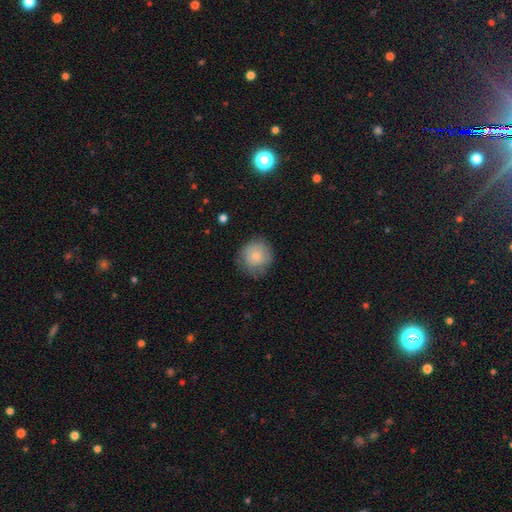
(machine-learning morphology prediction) smooth_or_featured: smooth (p=0.75) [alt: featured or disk p=0.18]
how_rounded: round (p=0.90) [alt: in between p=0.09]
merging: none (p=0.71) [alt: minor disturbance p=0.22]